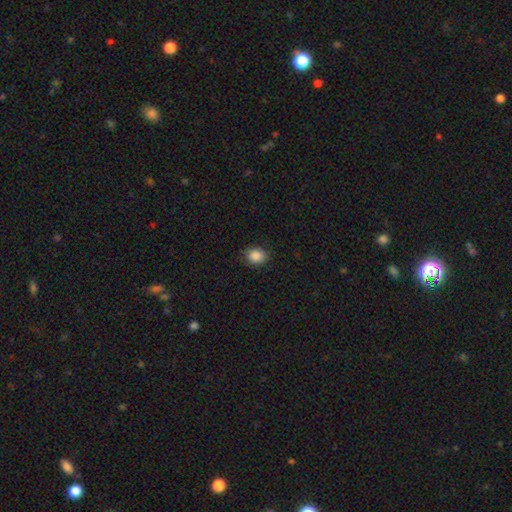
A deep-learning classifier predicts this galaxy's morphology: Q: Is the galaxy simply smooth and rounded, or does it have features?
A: smooth — 88%.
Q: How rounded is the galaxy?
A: round — 51%.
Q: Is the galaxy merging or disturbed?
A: none — 87%.